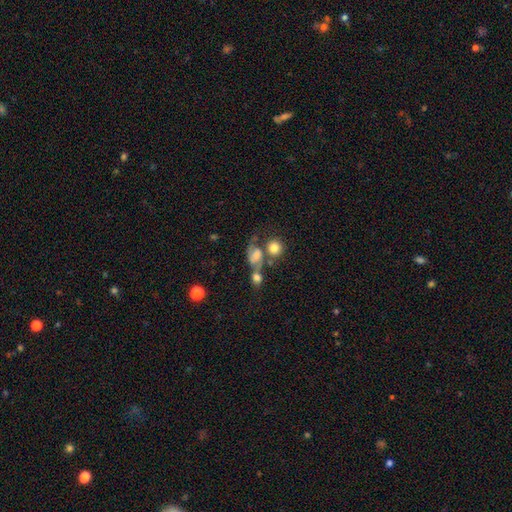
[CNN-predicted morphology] smooth 45%, featured or disk 42%, star or artifact 13%. Down the decision tree: merging — merger (35%).